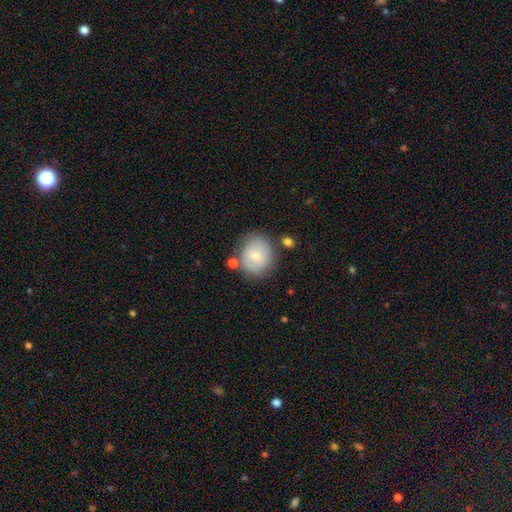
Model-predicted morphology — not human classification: Smooth or featured? Predicted: smooth (p=0.71). How rounded? Predicted: round (p=0.78). Merging? Predicted: none (p=0.72).